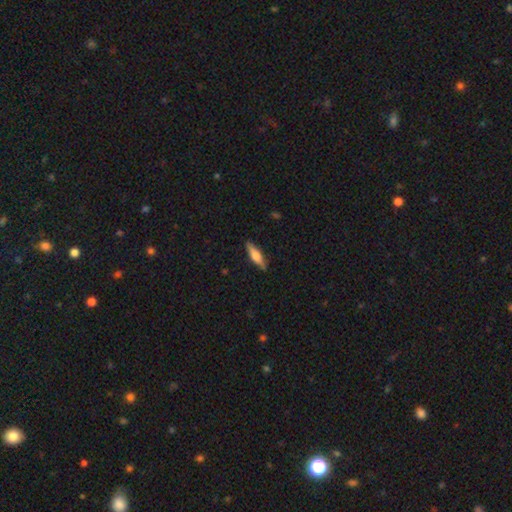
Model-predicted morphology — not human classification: Smooth or featured: smooth — 52% (featured or disk — 42%)
How rounded: cigar-shaped — 65% (in between — 32%)
Merging: none — 87% (minor disturbance — 10%)